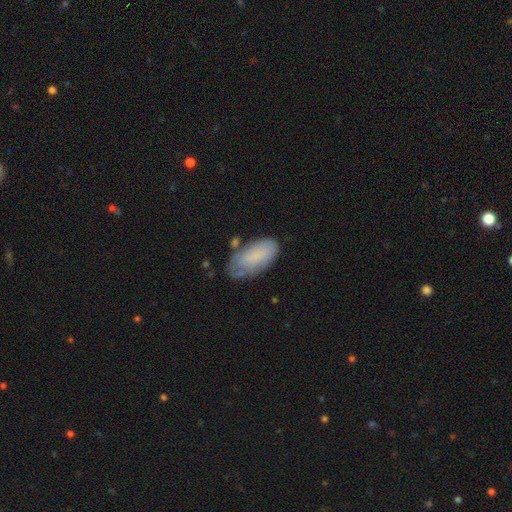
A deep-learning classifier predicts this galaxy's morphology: smooth 74%, featured or disk 19%, star or artifact 8%. Down the decision tree: how rounded — in between (93%); merging — none (58%).